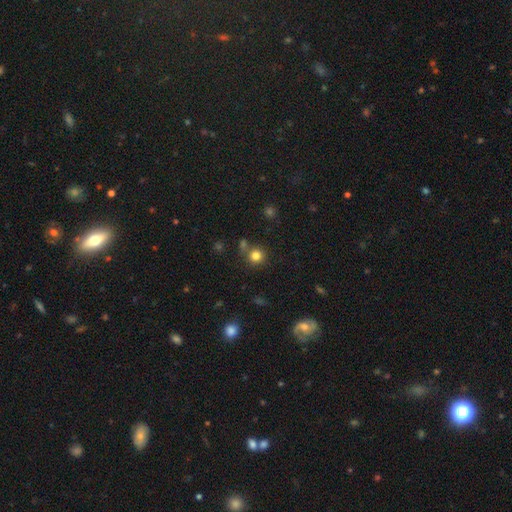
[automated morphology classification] smooth-or-featured: smooth: 81% | star or artifact: 13% | featured or disk: 6%
  how-rounded: round: 92% | in between: 7% | cigar-shaped: 1%
  merging: none: 75% | merger: 13% | minor disturbance: 9% | major disturbance: 3%